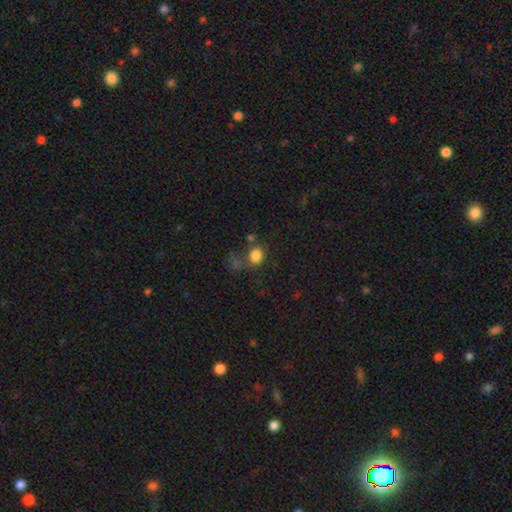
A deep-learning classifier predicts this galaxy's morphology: smooth_or_featured: smooth (p=0.81) [alt: star or artifact p=0.12]
how_rounded: round (p=0.70) [alt: in between p=0.29]
merging: none (p=0.54) [alt: minor disturbance p=0.16]